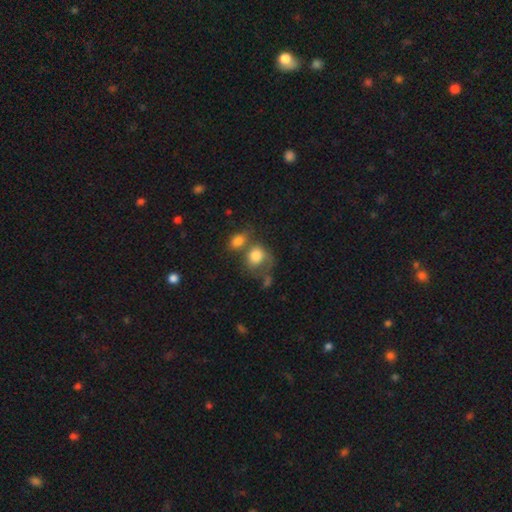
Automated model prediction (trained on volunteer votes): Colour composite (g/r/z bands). It shows a smooth galaxy with no disk features (77%) that is round (62%). Merging: merger (44%).